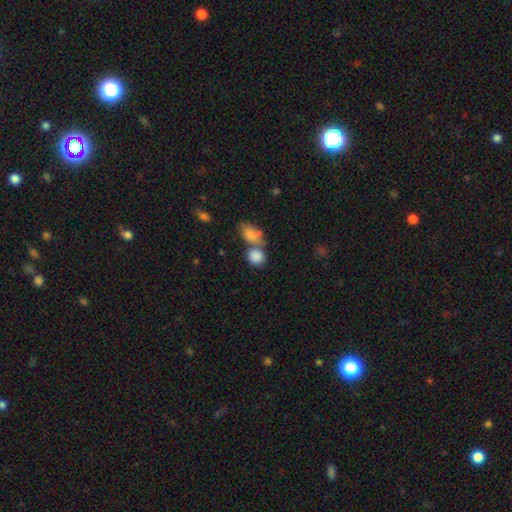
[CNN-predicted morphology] This is clearly a smooth galaxy (85%). How rounded: likely round (66%). Merging: marginally merger (43%, tied with none).